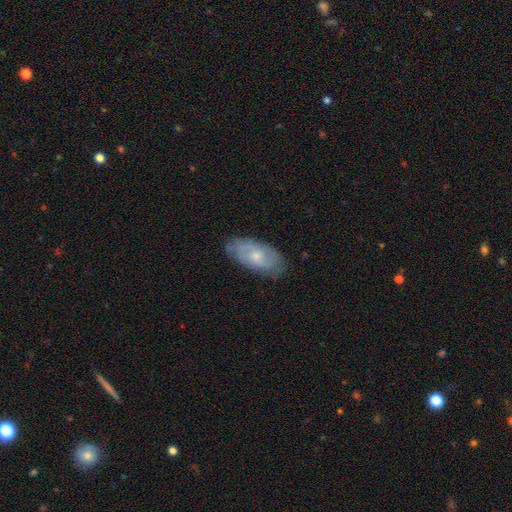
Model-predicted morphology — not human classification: featured or disk 60%, smooth 34%, star or artifact 6%. Down the decision tree: edge-on disk — no (93%); bar — no (68%); spiral arms — yes (85%); bulge size — small (60%); merging — none (77%).